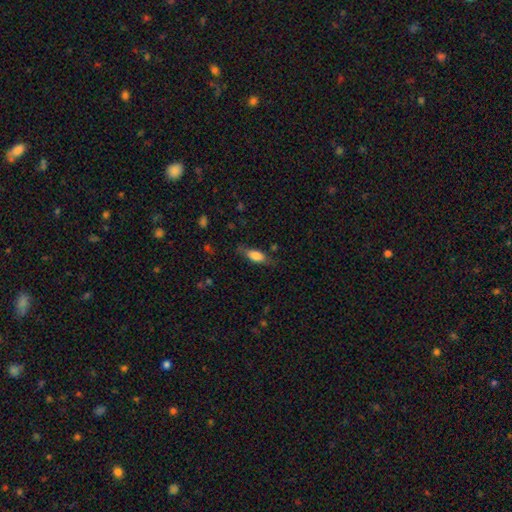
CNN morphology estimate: This appears to be a smooth galaxy with no disk features (76%) that is in between round and cigar-shaped (73%). Merging: none (69%).